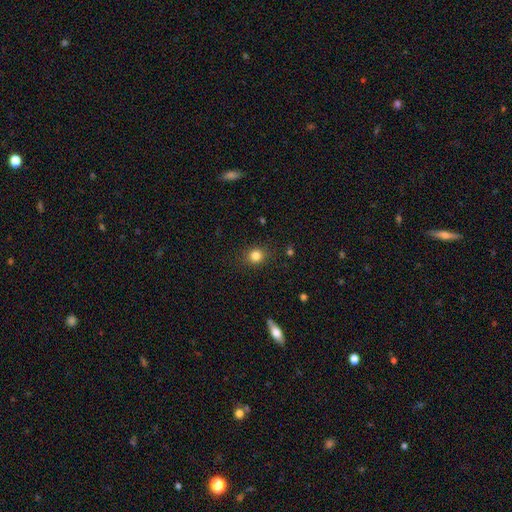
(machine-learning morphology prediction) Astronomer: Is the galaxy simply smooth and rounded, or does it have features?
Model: smooth — 83%.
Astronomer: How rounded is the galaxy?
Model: round — 80%.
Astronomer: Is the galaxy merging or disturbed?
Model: none — 87%.